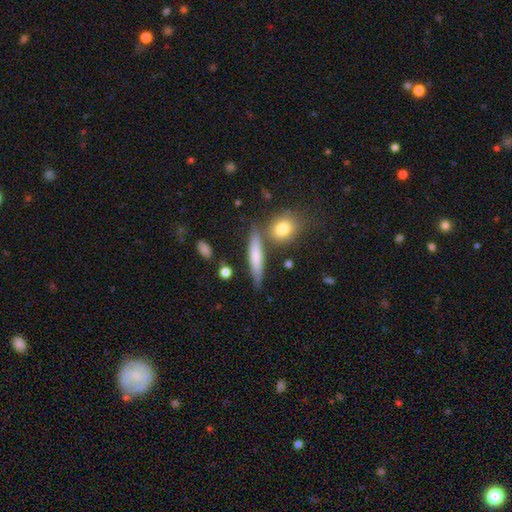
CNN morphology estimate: type=smooth (61%); roundness=cigar-shaped (84%); merging=none (77%).